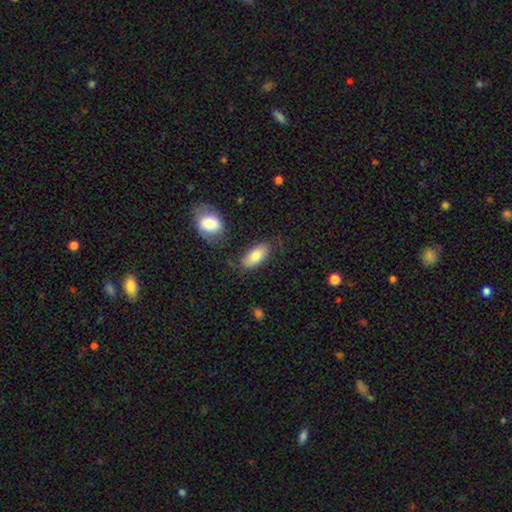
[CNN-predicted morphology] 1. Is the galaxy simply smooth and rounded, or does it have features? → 81% smooth, 13% featured or disk, 7% star or artifact.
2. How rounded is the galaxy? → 89% in between, 8% cigar-shaped, 3% round.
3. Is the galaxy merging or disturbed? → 74% none, 15% minor disturbance, 6% merger, 5% major disturbance.